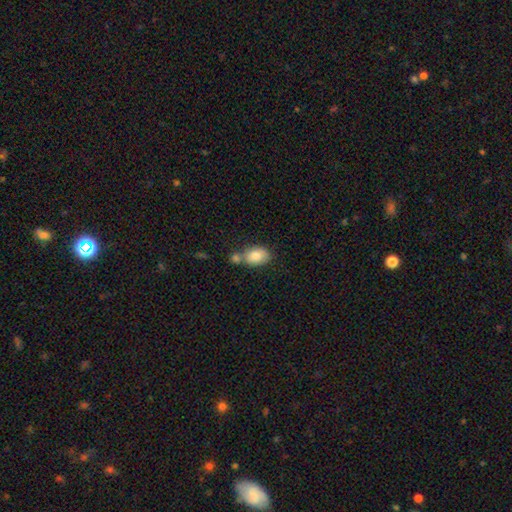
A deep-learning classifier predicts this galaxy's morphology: Smooth or featured?
  - smooth: 81% *
  - featured or disk: 11%
  - star or artifact: 7%
How rounded?
  - in between: 82% *
  - round: 17%
  - cigar-shaped: 1%
Merging?
  - none: 47% *
  - merger: 34%
  - minor disturbance: 14%
  - major disturbance: 4%